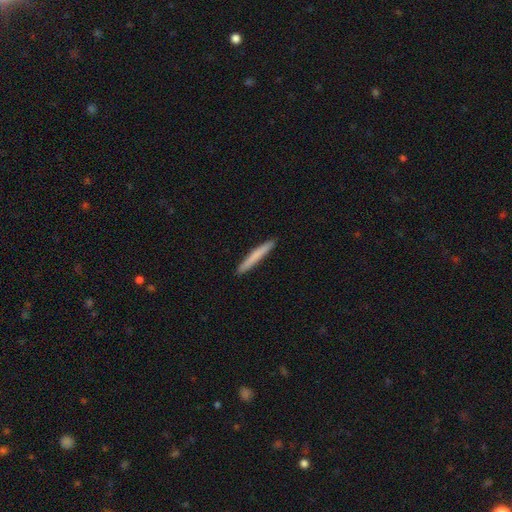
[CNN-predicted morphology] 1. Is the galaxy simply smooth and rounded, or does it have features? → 73% smooth, 21% featured or disk, 6% star or artifact.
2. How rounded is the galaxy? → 97% cigar-shaped, 2% in between, 1% round.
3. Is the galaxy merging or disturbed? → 93% none, 5% minor disturbance, 1% major disturbance, 1% merger.